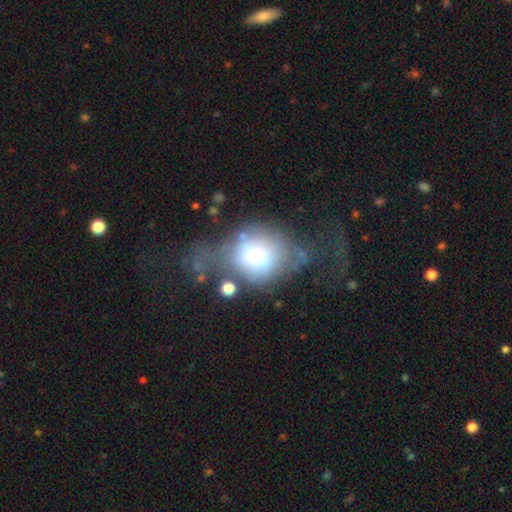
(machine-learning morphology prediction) smooth-or-featured: smooth: 54% | featured or disk: 35% | star or artifact: 12%
  how-rounded: round: 54% | in between: 44% | cigar-shaped: 2%
  merging: major disturbance: 39% | none: 30% | minor disturbance: 20% | merger: 10%